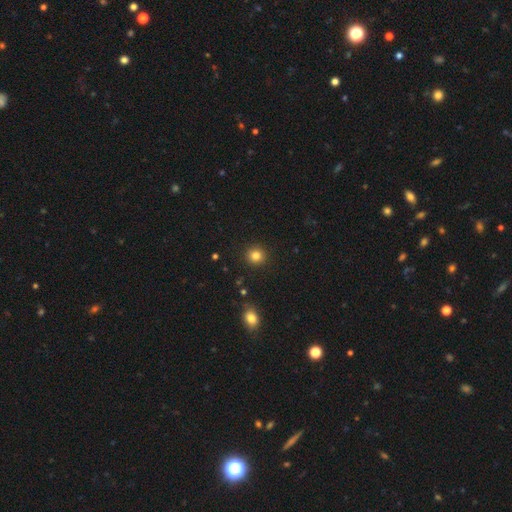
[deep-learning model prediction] smooth 83%, star or artifact 12%, featured or disk 5%. Down the decision tree: how rounded — round (91%); merging — none (91%).